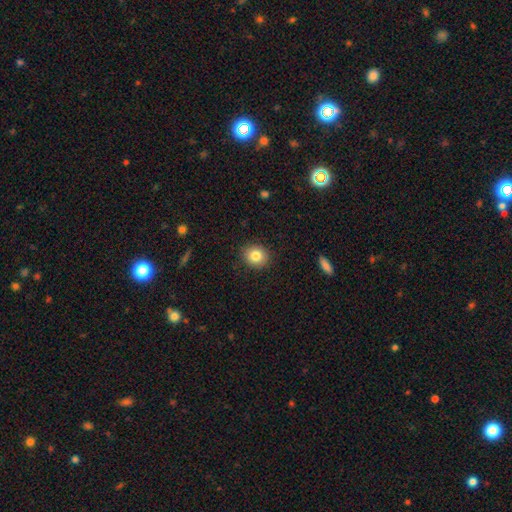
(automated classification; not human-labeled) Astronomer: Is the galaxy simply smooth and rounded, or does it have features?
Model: smooth — 83%.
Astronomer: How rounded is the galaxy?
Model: round — 77%.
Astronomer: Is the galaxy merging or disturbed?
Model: none — 90%.